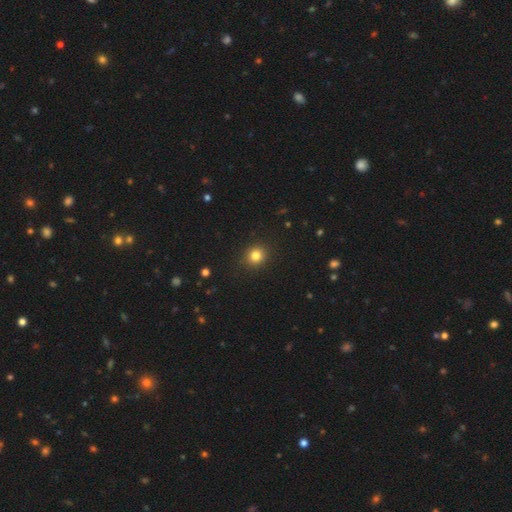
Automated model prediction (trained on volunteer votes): Smooth or featured?
  - smooth: 82% *
  - star or artifact: 12%
  - featured or disk: 5%
How rounded?
  - round: 85% *
  - in between: 14%
  - cigar-shaped: 1%
Merging?
  - none: 90% *
  - minor disturbance: 7%
  - major disturbance: 2%
  - merger: 1%